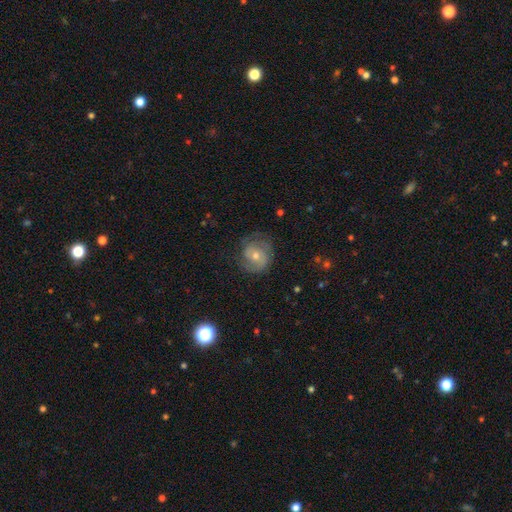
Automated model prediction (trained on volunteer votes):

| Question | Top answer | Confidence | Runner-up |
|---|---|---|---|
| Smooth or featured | featured or disk | 68% | smooth (22%) |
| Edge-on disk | no | 97% | yes (3%) |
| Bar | no | 63% | weak (30%) |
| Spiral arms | yes | 88% | no (12%) |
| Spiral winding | tight | 52% | medium (36%) |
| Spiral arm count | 2 | 50% | can't tell (28%) |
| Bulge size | moderate | 53% | small (43%) |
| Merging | none | 73% | minor disturbance (17%) |